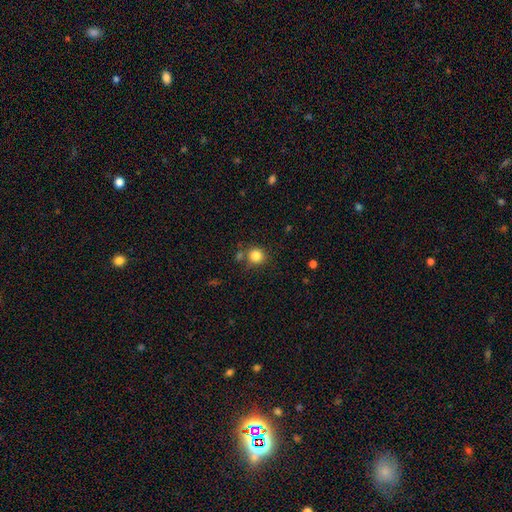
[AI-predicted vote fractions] Smooth or featured? smooth (83%)
How rounded? round (90%)
Merging? none (75%)